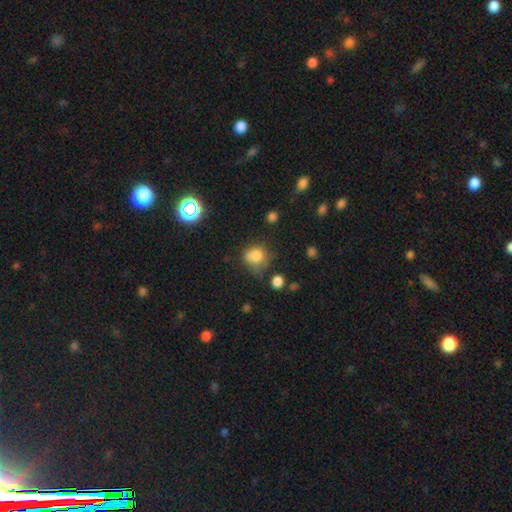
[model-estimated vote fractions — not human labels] smooth 78%, star or artifact 13%, featured or disk 10%. Down the decision tree: how rounded — round (74%); merging — none (49%).